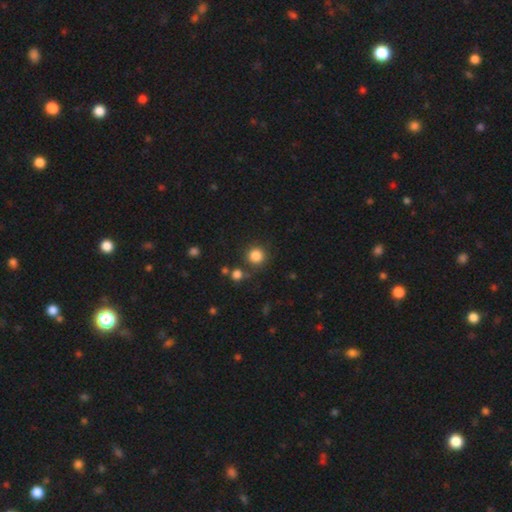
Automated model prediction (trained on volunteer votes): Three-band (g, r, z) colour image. It shows a smooth galaxy with no disk features (84%) that is round (93%). Merging: none (83%).